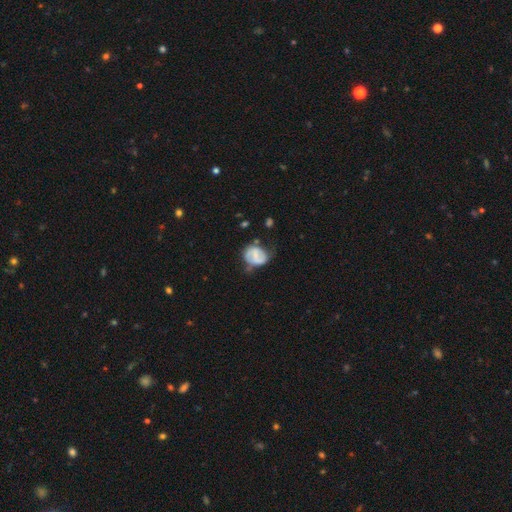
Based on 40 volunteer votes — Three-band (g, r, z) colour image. It shows a smooth galaxy with no disk features (55%) that is round (68%). Merging: none (54%).